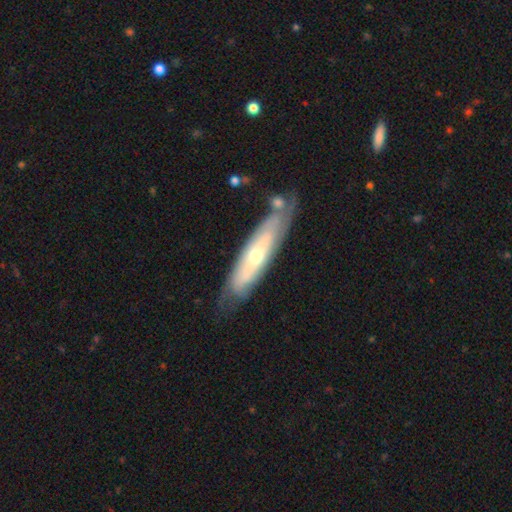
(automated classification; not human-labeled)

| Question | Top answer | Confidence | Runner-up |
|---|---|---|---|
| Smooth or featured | featured or disk | 63% | smooth (31%) |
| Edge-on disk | no | 58% | yes (42%) |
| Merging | none | 64% | minor disturbance (21%) |